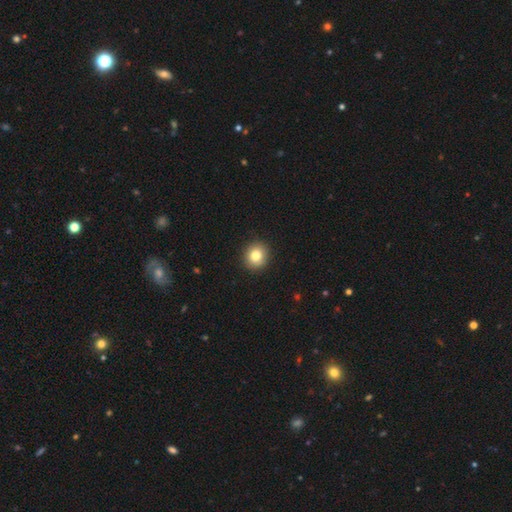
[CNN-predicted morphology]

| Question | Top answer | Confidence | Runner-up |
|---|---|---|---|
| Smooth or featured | smooth | 81% | star or artifact (10%) |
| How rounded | round | 87% | in between (12%) |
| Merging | none | 91% | minor disturbance (6%) |